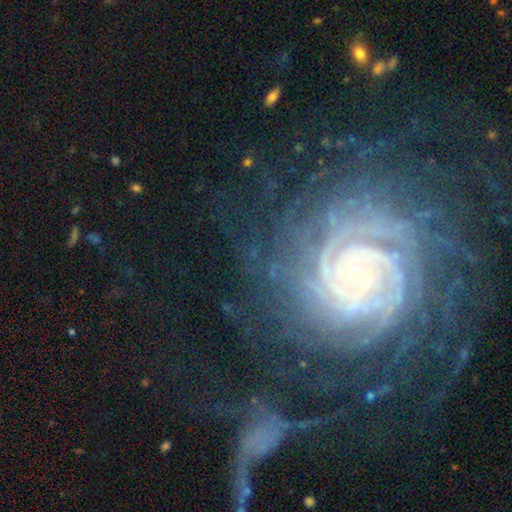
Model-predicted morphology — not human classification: Smooth or featured? Predicted: featured or disk (p=0.85). Edge-on disk? Predicted: no (p=0.97). Bar? Predicted: no (p=0.48). Spiral arms? Predicted: yes (p=0.98). Spiral winding? Predicted: tight (p=0.84). Spiral arm count? Predicted: can't tell (p=0.22). Bulge size? Predicted: small (p=0.74). Merging? Predicted: none (p=0.68).